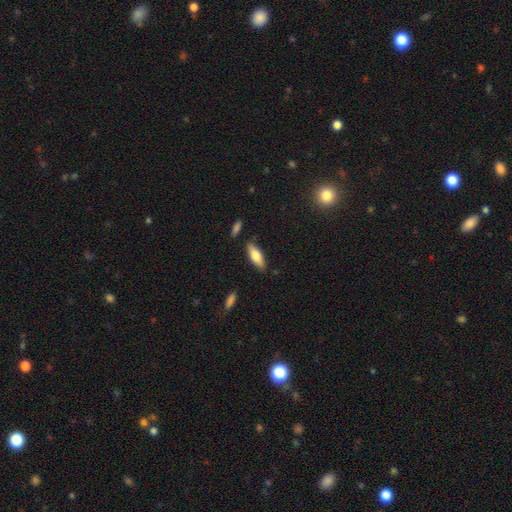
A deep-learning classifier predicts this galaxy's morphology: Smooth or featured: smooth — 73% (featured or disk — 21%)
How rounded: in between — 64% (cigar-shaped — 34%)
Merging: none — 84% (minor disturbance — 11%)